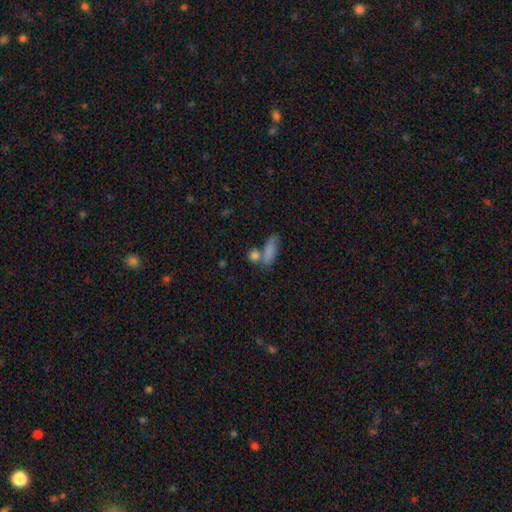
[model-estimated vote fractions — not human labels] smooth_or_featured: smooth (p=0.80) [alt: star or artifact p=0.10]
how_rounded: in between (p=0.47) [alt: cigar-shaped p=0.29]
merging: none (p=0.54) [alt: merger p=0.28]